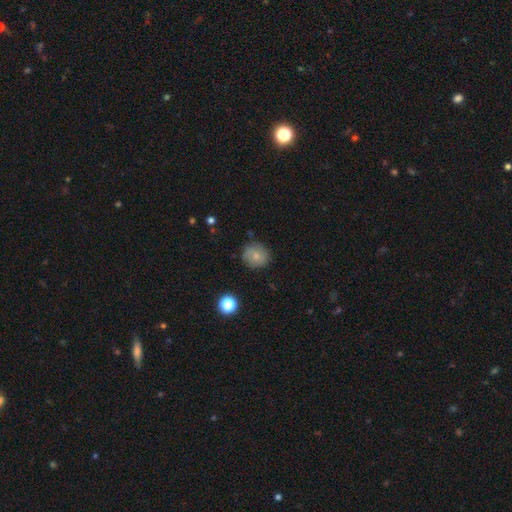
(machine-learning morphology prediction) Smooth or featured? smooth (75%)
How rounded? round (88%)
Merging? none (81%)